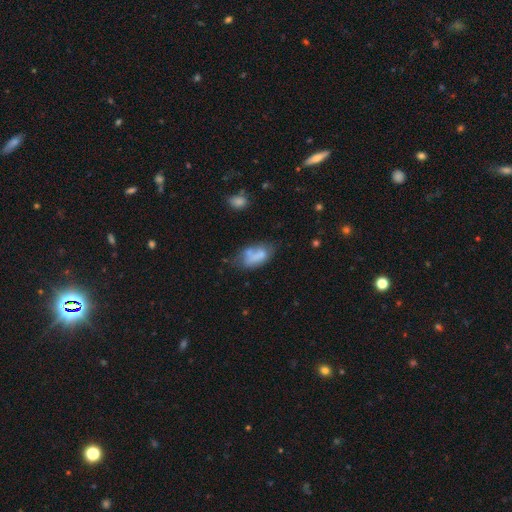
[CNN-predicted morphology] smooth-or-featured: smooth: 63% | featured or disk: 27% | star or artifact: 10%
  how-rounded: in between: 91% | round: 5% | cigar-shaped: 3%
  merging: none: 37% | minor disturbance: 27% | merger: 20% | major disturbance: 17%